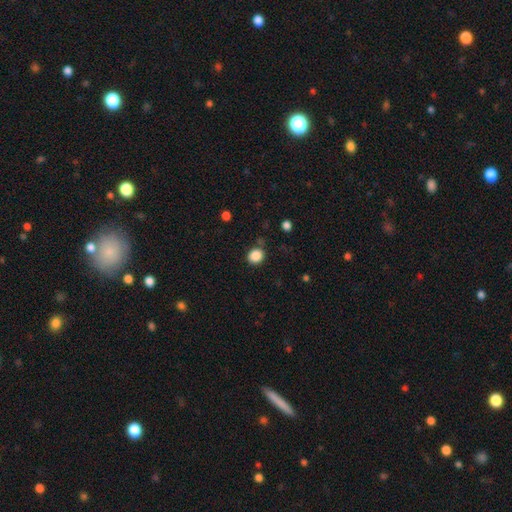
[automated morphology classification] This is clearly a smooth galaxy (87%). How rounded: clearly round (82%). Merging: clearly none (80%).